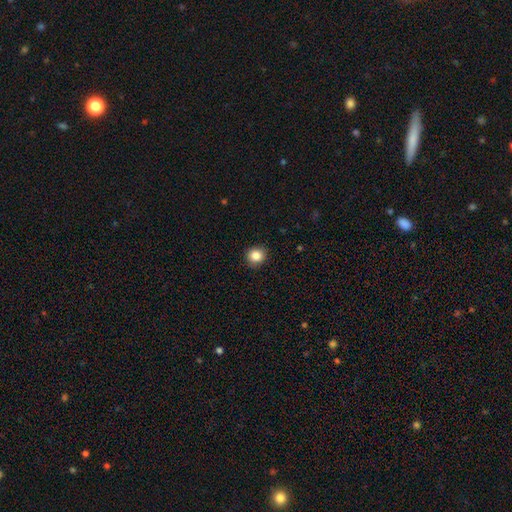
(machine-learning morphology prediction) This appears to be a smooth galaxy with no disk features (85%) that is round (88%). Merging: none (90%).